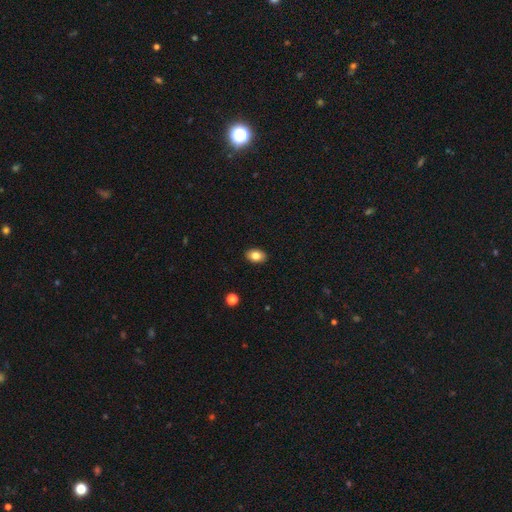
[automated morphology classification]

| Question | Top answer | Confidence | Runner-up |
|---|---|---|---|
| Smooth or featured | smooth | 83% | featured or disk (9%) |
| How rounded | in between | 84% | round (14%) |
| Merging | none | 90% | minor disturbance (7%) |